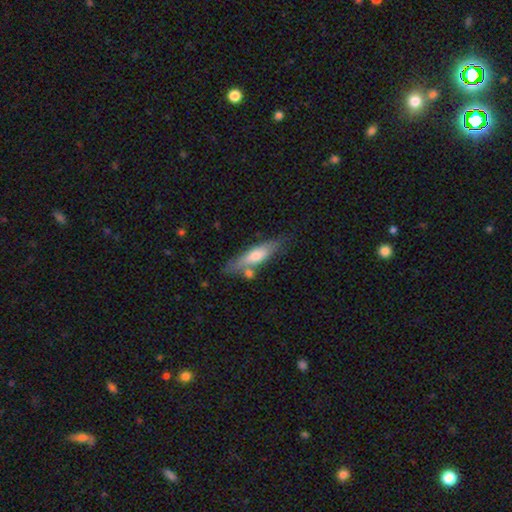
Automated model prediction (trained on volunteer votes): Smooth or featured? smooth (55%)
How rounded? cigar-shaped (67%)
Merging? none (66%)